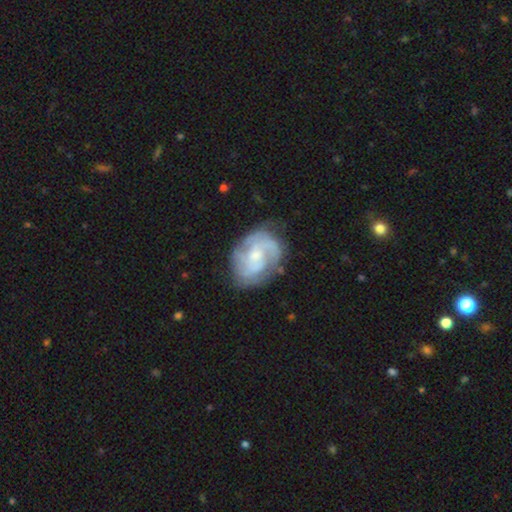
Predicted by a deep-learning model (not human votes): smooth_or_featured: featured or disk (p=0.78) [alt: smooth p=0.16]
disk_edge_on: no (p=0.98) [alt: yes p=0.02]
bar: no (p=0.62) [alt: weak p=0.33]
has_spiral_arms: yes (p=0.89) [alt: no p=0.11]
spiral_winding: tight (p=0.48) [alt: medium p=0.40]
spiral_arm_count: 2 (p=0.38) [alt: can't tell p=0.30]
bulge_size: small (p=0.47) [alt: moderate p=0.42]
merging: none (p=0.65) [alt: minor disturbance p=0.22]